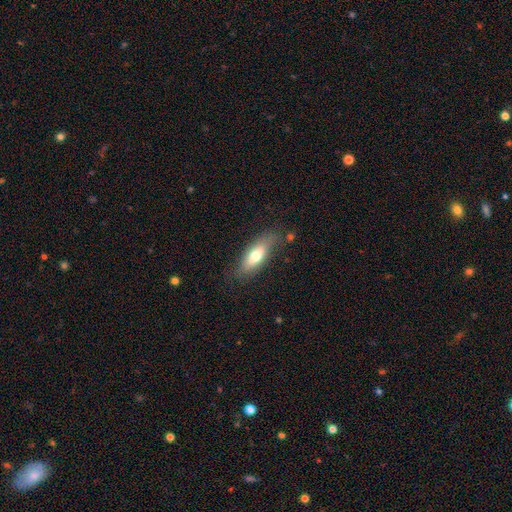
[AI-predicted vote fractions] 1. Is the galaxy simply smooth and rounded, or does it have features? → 68% smooth, 25% featured or disk, 7% star or artifact.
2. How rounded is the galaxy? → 62% in between, 35% cigar-shaped, 3% round.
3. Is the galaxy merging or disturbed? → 76% none, 17% minor disturbance, 5% major disturbance, 2% merger.